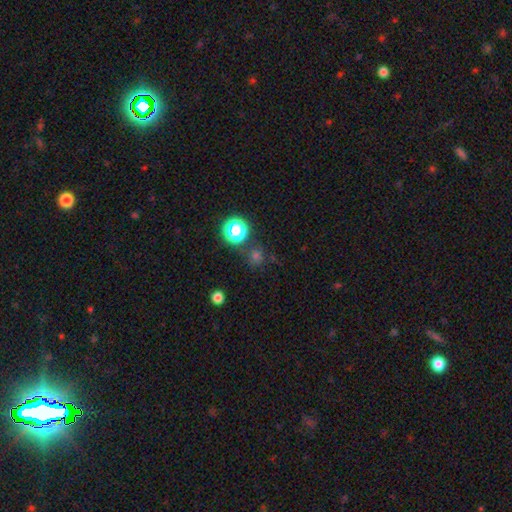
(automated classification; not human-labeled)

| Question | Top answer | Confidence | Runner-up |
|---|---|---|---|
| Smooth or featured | smooth | 55% | star or artifact (38%) |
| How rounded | round | 91% | in between (8%) |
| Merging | none | 79% | minor disturbance (9%) |